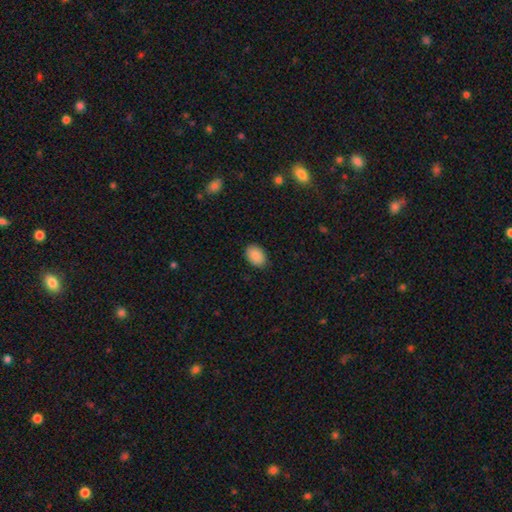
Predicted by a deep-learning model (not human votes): smooth-or-featured: smooth: 89% | star or artifact: 7% | featured or disk: 4%
  how-rounded: in between: 83% | round: 16% | cigar-shaped: 1%
  merging: none: 88% | minor disturbance: 9% | major disturbance: 2% | merger: 1%